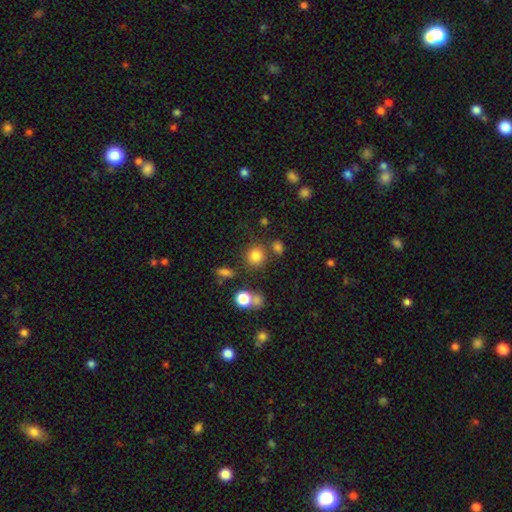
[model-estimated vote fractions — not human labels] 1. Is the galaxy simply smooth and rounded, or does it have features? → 79% smooth, 14% star or artifact, 6% featured or disk.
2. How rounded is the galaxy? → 87% round, 12% in between, 1% cigar-shaped.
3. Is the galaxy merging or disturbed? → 74% none, 11% minor disturbance, 10% merger, 5% major disturbance.